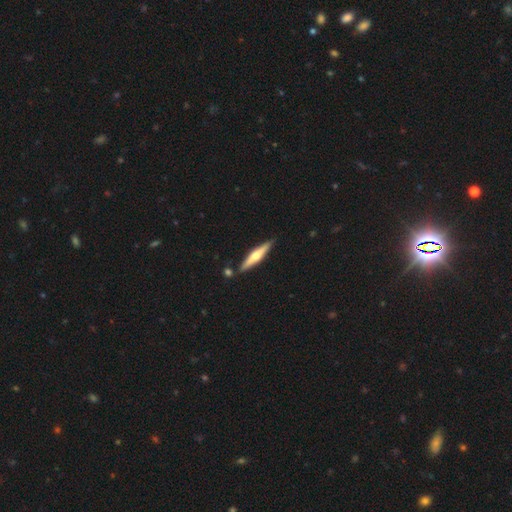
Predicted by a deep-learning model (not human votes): featured or disk 62%, smooth 33%, star or artifact 5%. Down the decision tree: edge-on disk — yes (96%); edge-on bulge — rounded (89%); merging — none (84%).